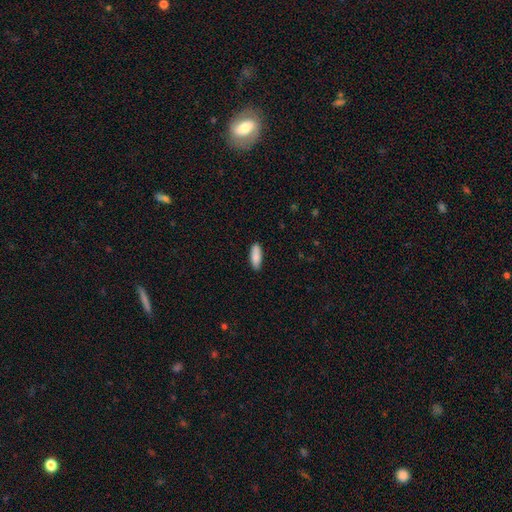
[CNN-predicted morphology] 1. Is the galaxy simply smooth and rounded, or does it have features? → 88% smooth, 7% featured or disk, 6% star or artifact.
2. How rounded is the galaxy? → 62% in between, 36% cigar-shaped, 2% round.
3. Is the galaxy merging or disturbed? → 87% none, 10% minor disturbance, 2% major disturbance, 1% merger.